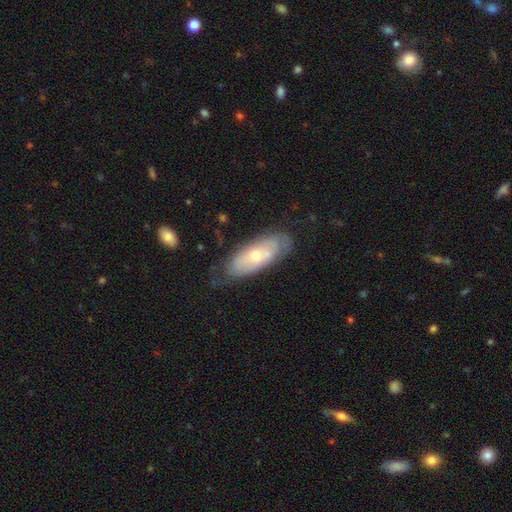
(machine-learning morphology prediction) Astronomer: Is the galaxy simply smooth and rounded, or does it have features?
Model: featured or disk — 51% (runner-up: smooth, 42%).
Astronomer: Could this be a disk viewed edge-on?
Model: no — 81%.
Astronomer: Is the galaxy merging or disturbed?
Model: none — 65%.